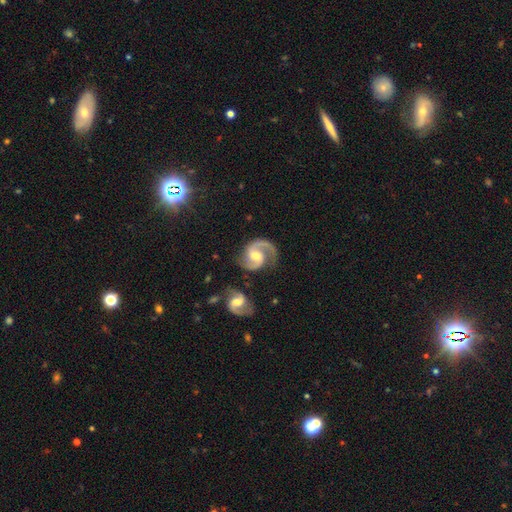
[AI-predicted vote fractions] The model was most divided on "bar": weak: 46%, no: 40%, strong: 14%. More confident: spiral arms — yes (98%); edge-on disk — no (98%); smooth or featured — featured or disk (92%); spiral arm count — 2 (91%); merging — none (73%); bulge size — moderate (63%); spiral winding — medium (63%).